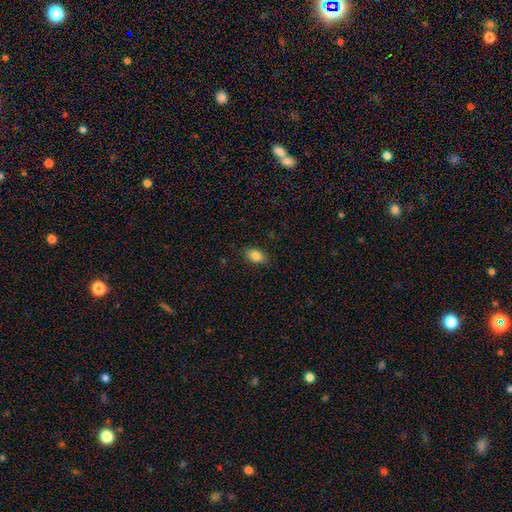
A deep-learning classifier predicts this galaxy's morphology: Overall: smooth (85%). How rounded: in between (88%). Merging: none (86%).